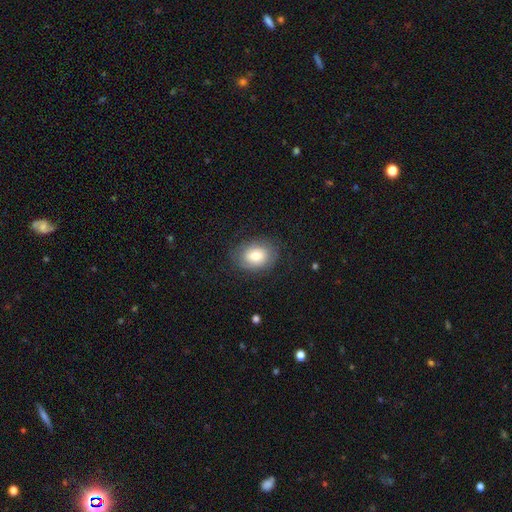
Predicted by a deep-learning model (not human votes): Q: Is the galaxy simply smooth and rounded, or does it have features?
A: smooth — 70%.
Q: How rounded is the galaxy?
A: in between — 57%.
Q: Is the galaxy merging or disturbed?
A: none — 78%.